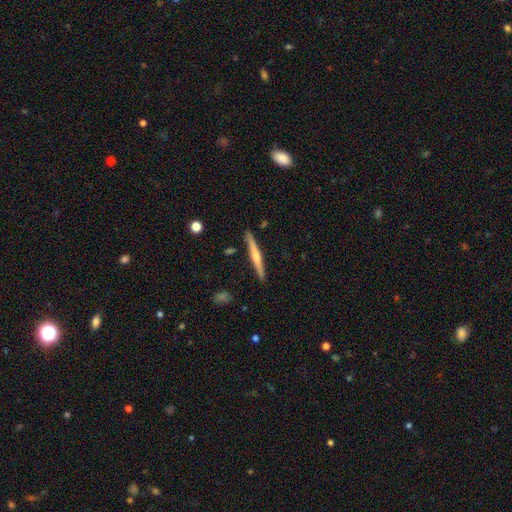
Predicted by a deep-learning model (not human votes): A featured or disk galaxy (65%) viewed edge-on (98%) with a rounded central bulge (77%). Merging: none (90%).